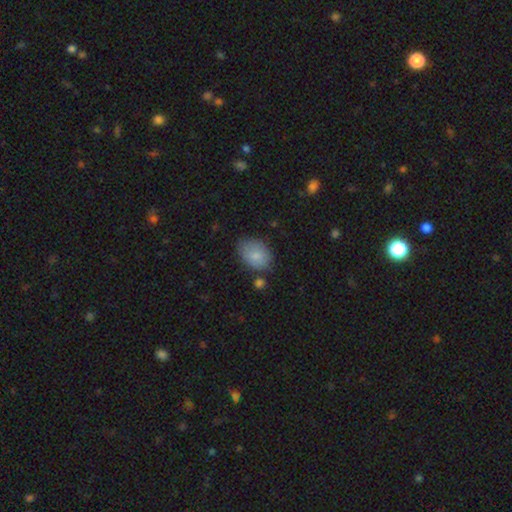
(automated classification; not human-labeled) Smooth or featured: smooth — 84% (featured or disk — 9%)
How rounded: in between — 77% (round — 22%)
Merging: none — 67% (minor disturbance — 23%)